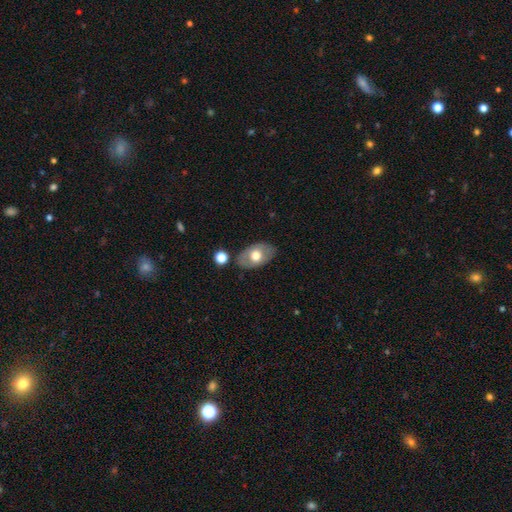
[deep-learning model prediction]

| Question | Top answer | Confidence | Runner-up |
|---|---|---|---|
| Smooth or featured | smooth | 57% | featured or disk (36%) |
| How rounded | in between | 89% | round (10%) |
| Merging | none | 79% | minor disturbance (13%) |